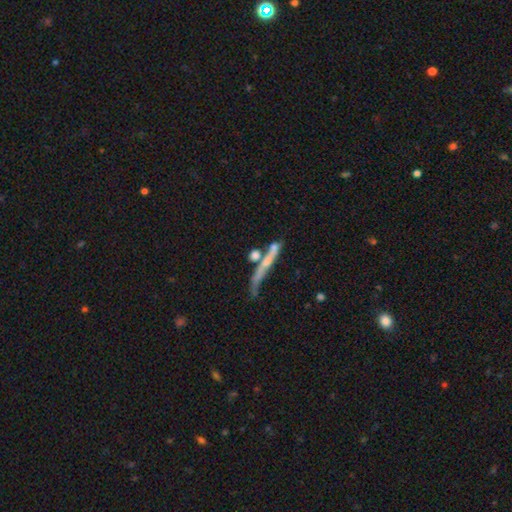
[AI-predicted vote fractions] Smooth or featured? Predicted: smooth (p=0.51). How rounded? Predicted: cigar-shaped (p=0.63). Merging? Predicted: none (p=0.46).